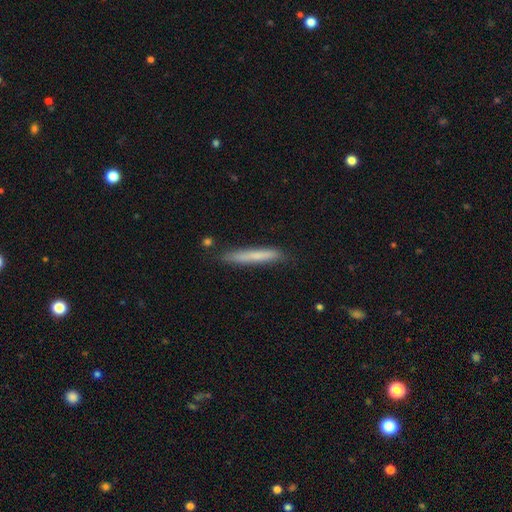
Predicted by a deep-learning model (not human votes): smooth_or_featured: smooth (p=0.69) [alt: featured or disk p=0.25]
how_rounded: cigar-shaped (p=0.96) [alt: in between p=0.03]
merging: none (p=0.82) [alt: minor disturbance p=0.13]